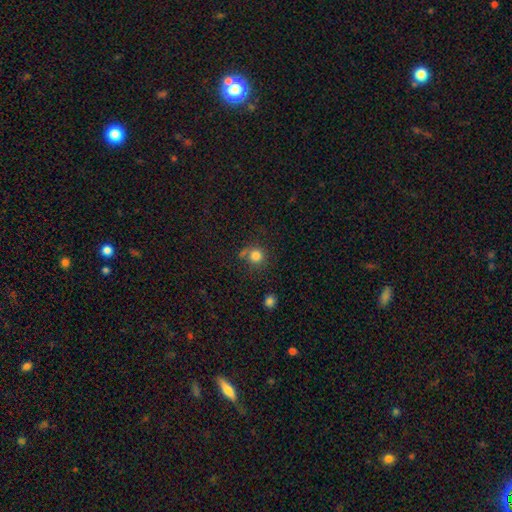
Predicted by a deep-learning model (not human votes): A smooth galaxy with no disk features (81%) that is round (91%).

Vote fractions:
- Smooth or featured? smooth: 81% / star or artifact: 12% / featured or disk: 7%
- How rounded? round: 91% / in between: 8% / cigar-shaped: 1%
- Merging? none: 69% / minor disturbance: 15% / merger: 10% / major disturbance: 6%